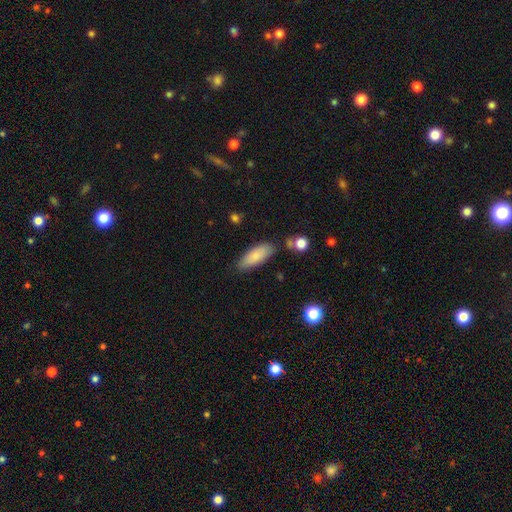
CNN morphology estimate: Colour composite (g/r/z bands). It shows a smooth galaxy with no disk features (80%) that is in between round and cigar-shaped (71%). Merging: none (76%).